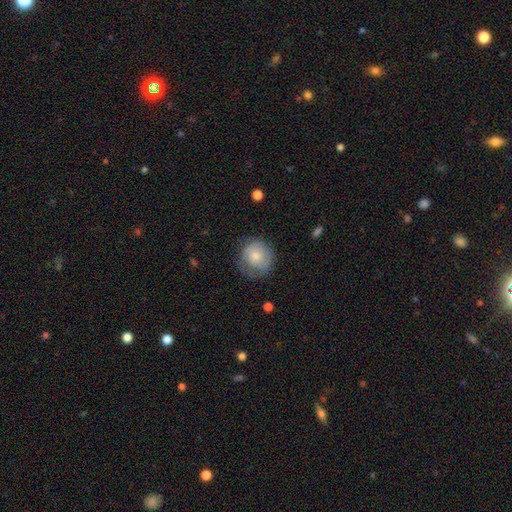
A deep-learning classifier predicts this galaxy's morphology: type=smooth (68%); roundness=round (86%); merging=none (66%).